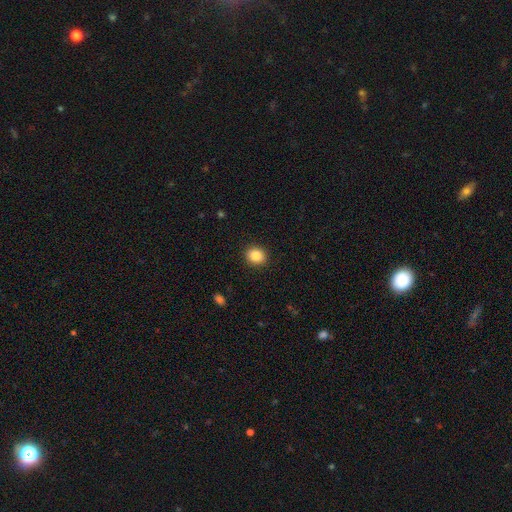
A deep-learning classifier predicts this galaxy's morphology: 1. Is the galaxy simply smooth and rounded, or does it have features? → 85% smooth, 10% star or artifact, 5% featured or disk.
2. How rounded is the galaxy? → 70% round, 29% in between, 1% cigar-shaped.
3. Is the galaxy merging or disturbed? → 91% none, 6% minor disturbance, 2% major disturbance, 1% merger.